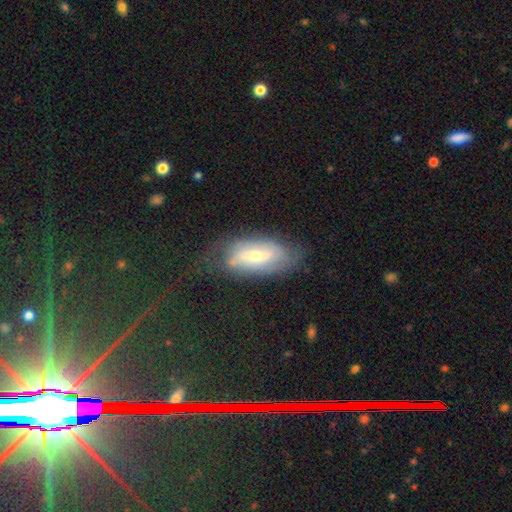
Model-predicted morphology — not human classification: Smooth or featured? featured or disk (54%)
Edge-on disk? no (83%)
Merging? none (59%)